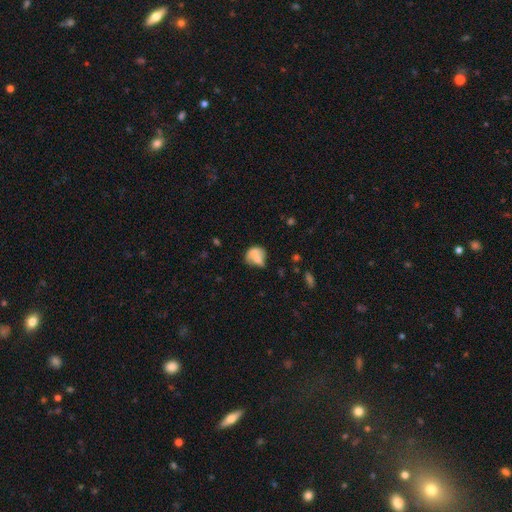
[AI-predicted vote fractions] Smooth or featured? Predicted: smooth (p=0.61). How rounded? Predicted: round (p=0.50). Merging? Predicted: merger (p=0.54).